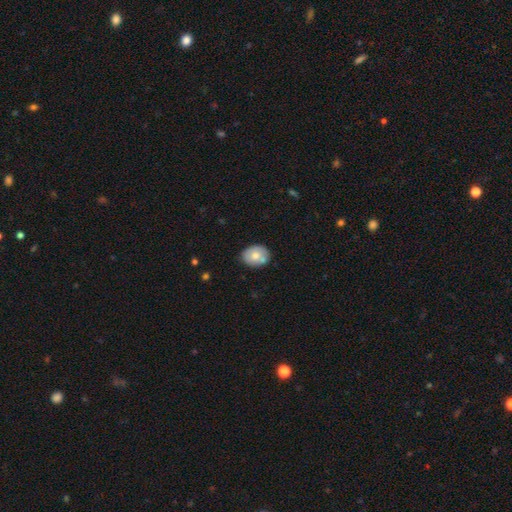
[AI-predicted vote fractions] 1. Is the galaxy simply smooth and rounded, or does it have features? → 69% smooth, 24% featured or disk, 7% star or artifact.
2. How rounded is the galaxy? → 54% in between, 45% round, 1% cigar-shaped.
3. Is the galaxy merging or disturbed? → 69% none, 20% minor disturbance, 7% merger, 4% major disturbance.